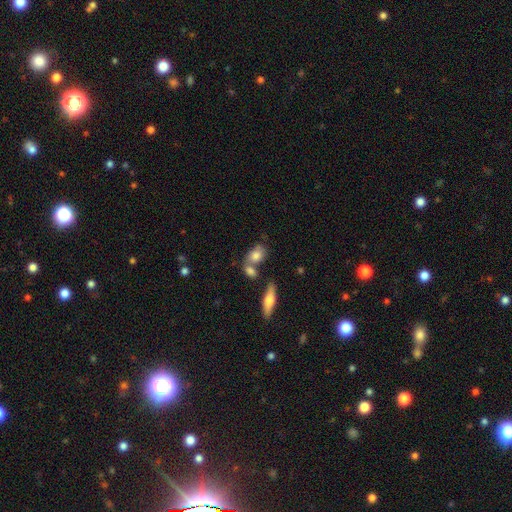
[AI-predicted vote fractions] smooth-or-featured: smooth: 74% | featured or disk: 18% | star or artifact: 7%
  how-rounded: in between: 80% | round: 15% | cigar-shaped: 5%
  merging: none: 50% | merger: 31% | minor disturbance: 14% | major disturbance: 5%